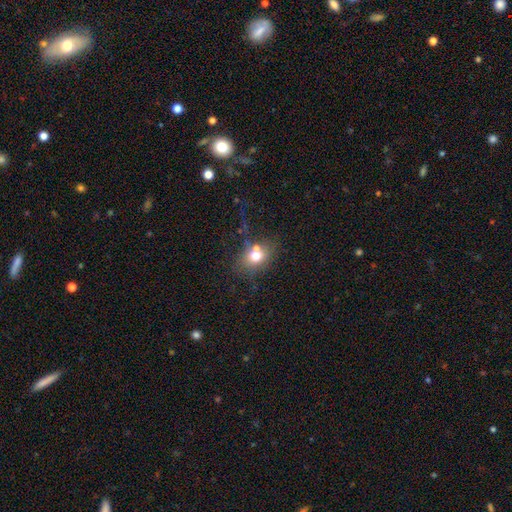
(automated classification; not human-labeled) This appears to be a smooth galaxy with no disk features (67%) that is round (50%). Merging: none (49%).